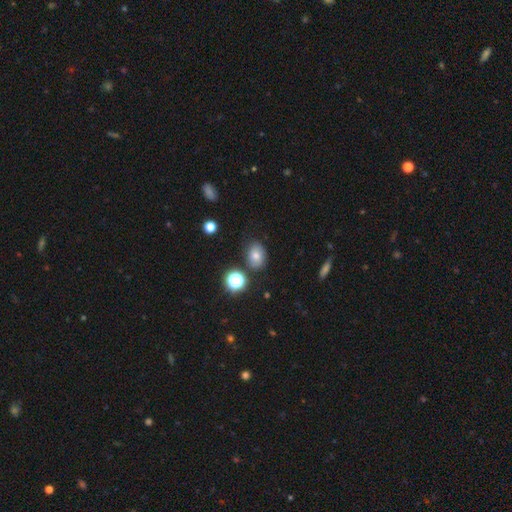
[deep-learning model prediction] A smooth galaxy with no disk features (67%) that is in between round and cigar-shaped (63%). Merging: none (79%).